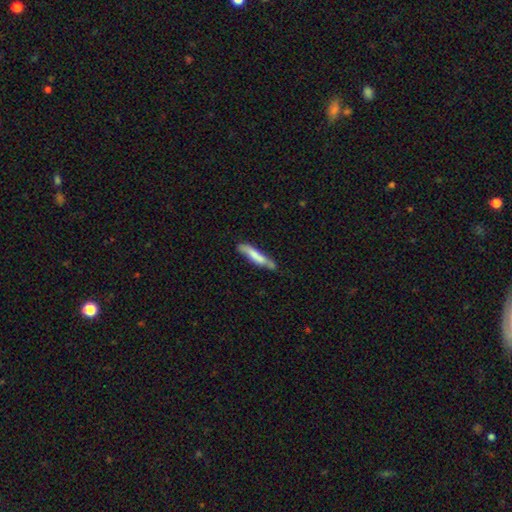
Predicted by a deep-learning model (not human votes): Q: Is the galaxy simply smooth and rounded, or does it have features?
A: smooth — 64%.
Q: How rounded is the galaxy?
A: cigar-shaped — 86%.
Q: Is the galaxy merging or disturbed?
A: none — 56%.